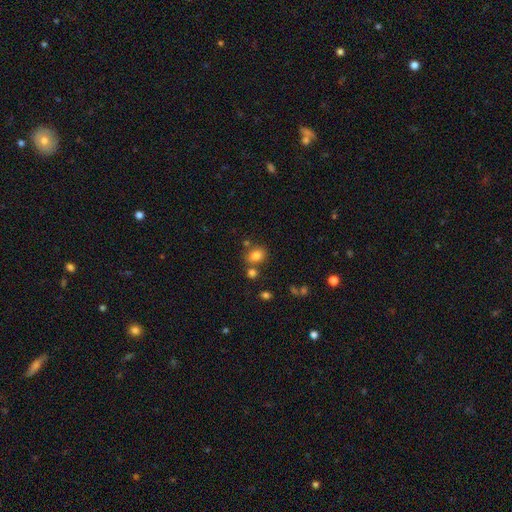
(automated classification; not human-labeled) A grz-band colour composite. It shows a smooth galaxy with no disk features (80%) that is in between round and cigar-shaped (50%). Merging: none (67%).